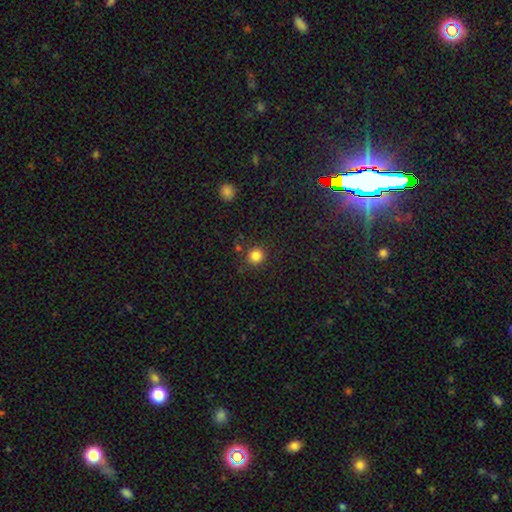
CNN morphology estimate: This is clearly a smooth galaxy (84%). How rounded: clearly round (90%). Merging: clearly none (86%).